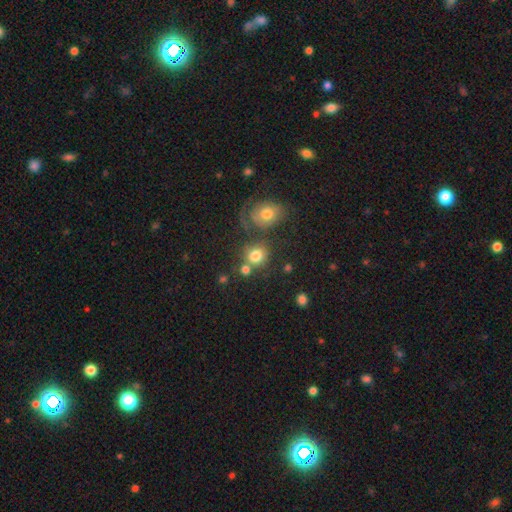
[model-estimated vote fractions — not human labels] Overall: smooth (76%). How rounded: round (76%). Merging: none (55%; merger 25%).